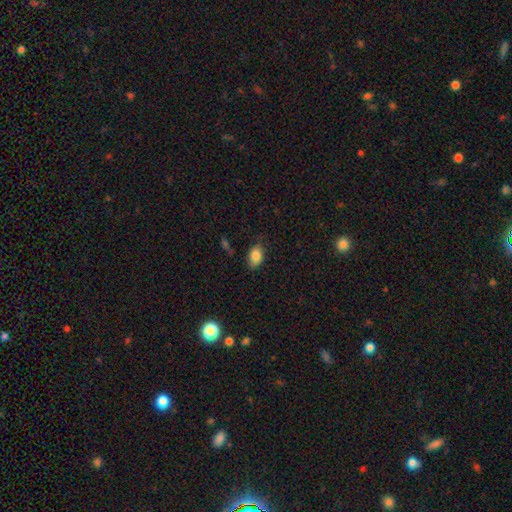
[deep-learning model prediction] Smooth or featured?
  - smooth: 84% *
  - star or artifact: 8%
  - featured or disk: 7%
How rounded?
  - in between: 86% *
  - round: 12%
  - cigar-shaped: 2%
Merging?
  - none: 73% *
  - minor disturbance: 21%
  - major disturbance: 4%
  - merger: 2%